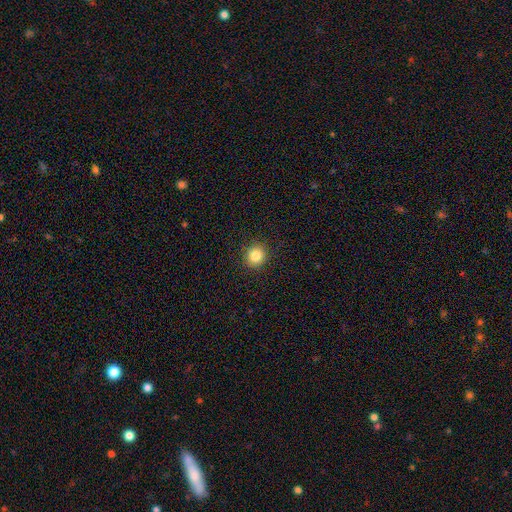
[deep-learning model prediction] This is clearly a smooth galaxy (84%). How rounded: clearly round (90%). Merging: clearly none (91%).